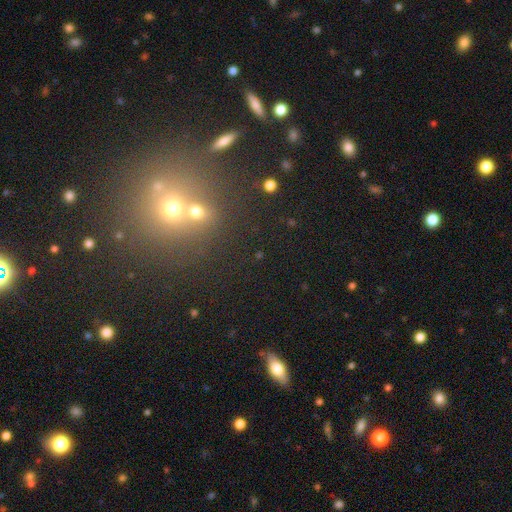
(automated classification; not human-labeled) Q: Smooth or featured?
A: star or artifact (46%); runner-up: smooth (40%)